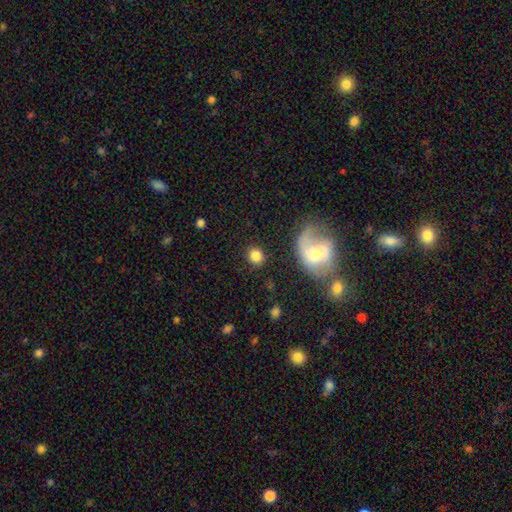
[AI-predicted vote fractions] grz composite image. It shows a smooth galaxy with no disk features (83%) that is round (78%). Merging: none (85%).